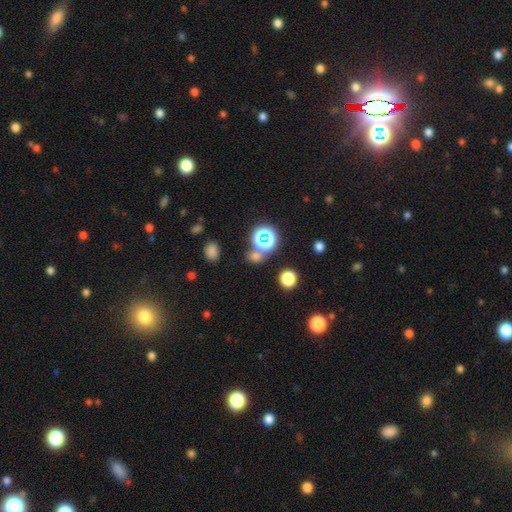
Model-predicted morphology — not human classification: Overall: smooth (51%; star or artifact 41%). How rounded: round (66%; in between 32%). Merging: none (64%).